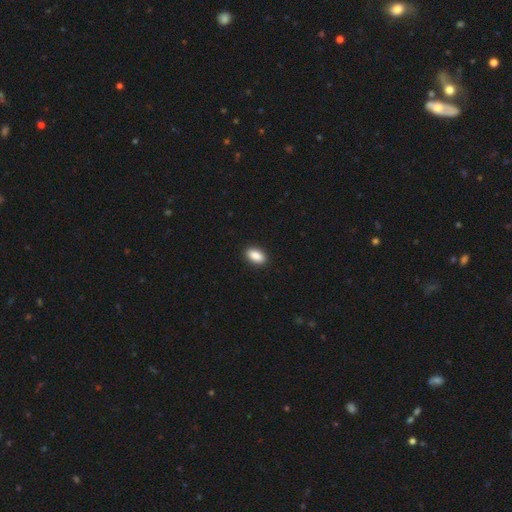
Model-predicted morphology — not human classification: A smooth galaxy with no disk features (89%) that is in between round and cigar-shaped (92%). Merging: none (91%).